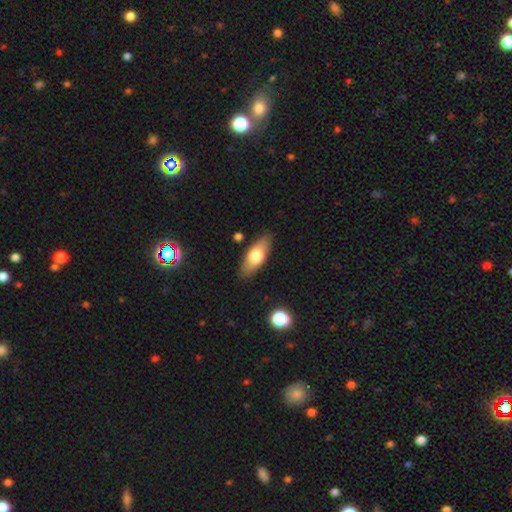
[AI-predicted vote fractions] Q: Smooth or featured?
A: smooth (64%); runner-up: featured or disk (30%)
Q: How rounded?
A: in between (74%); runner-up: cigar-shaped (22%)
Q: Merging?
A: none (86%); runner-up: minor disturbance (11%)